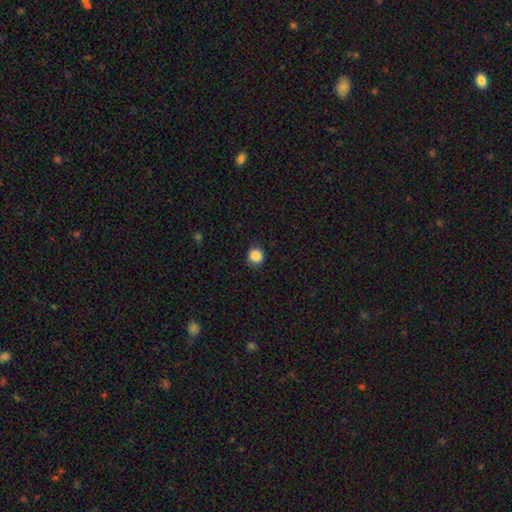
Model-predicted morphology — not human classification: Q: Smooth or featured?
A: smooth (87%); runner-up: star or artifact (10%)
Q: How rounded?
A: round (86%); runner-up: in between (13%)
Q: Merging?
A: none (84%); runner-up: minor disturbance (12%)